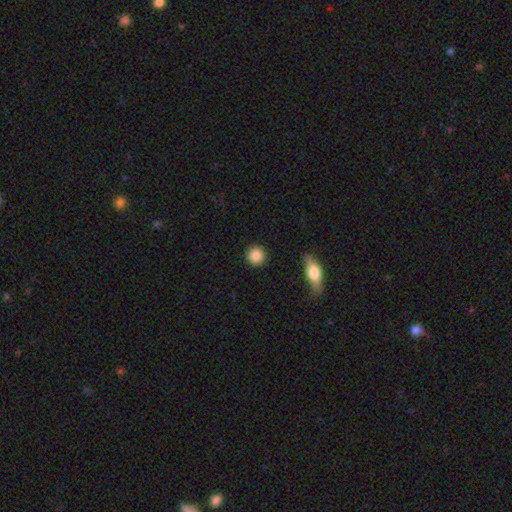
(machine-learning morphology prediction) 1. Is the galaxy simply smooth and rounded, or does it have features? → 87% smooth, 8% star or artifact, 5% featured or disk.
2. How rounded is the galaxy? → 93% round, 5% in between, 1% cigar-shaped.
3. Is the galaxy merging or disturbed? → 91% none, 6% minor disturbance, 2% major disturbance, 2% merger.